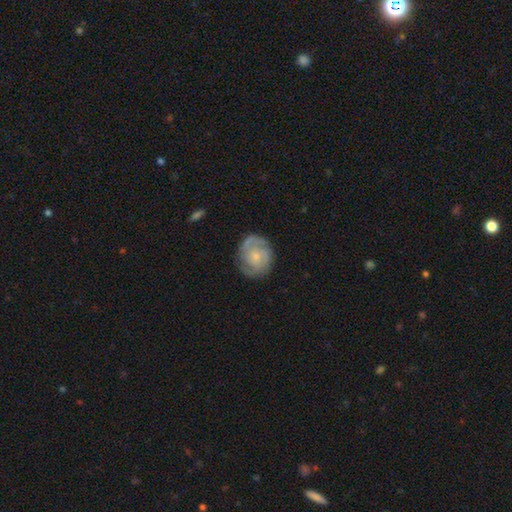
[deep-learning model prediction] Smooth or featured? Predicted: featured or disk (p=0.73). Edge-on disk? Predicted: no (p=0.98). Bar? Predicted: no (p=0.73). Spiral arms? Predicted: yes (p=0.91). Spiral winding? Predicted: tight (p=0.54). Spiral arm count? Predicted: 2 (p=0.55). Bulge size? Predicted: small (p=0.65). Merging? Predicted: none (p=0.76).